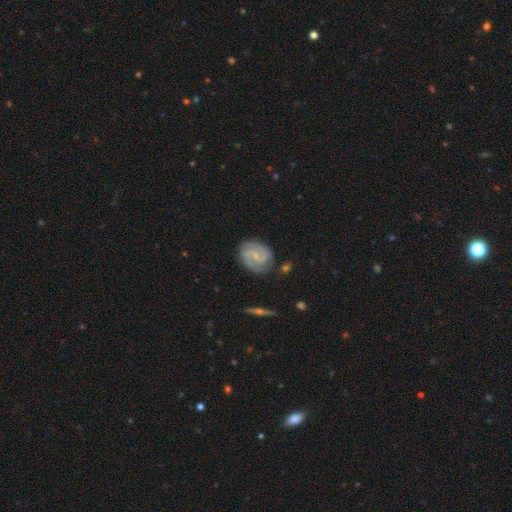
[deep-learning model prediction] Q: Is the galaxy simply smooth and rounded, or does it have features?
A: featured or disk — 85%.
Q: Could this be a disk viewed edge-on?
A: no — 97%.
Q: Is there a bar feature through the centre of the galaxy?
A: weak — 53%.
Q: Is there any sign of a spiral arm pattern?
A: yes — 97%.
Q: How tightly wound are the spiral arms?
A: medium — 49%.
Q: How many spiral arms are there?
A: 2 — 89%.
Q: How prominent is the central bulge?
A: small — 69%.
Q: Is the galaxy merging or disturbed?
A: none — 81%.